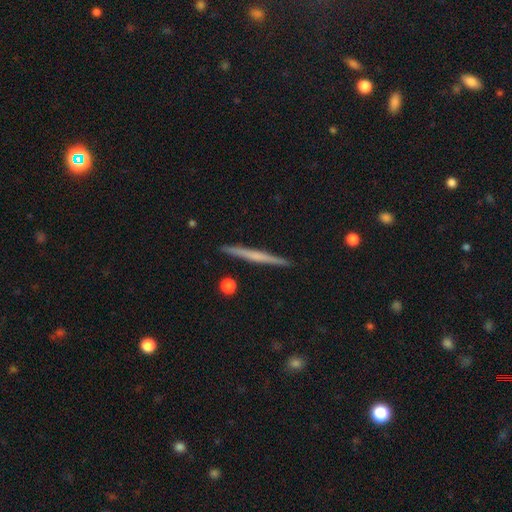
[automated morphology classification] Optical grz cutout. It shows a featured or disk galaxy (54%) viewed edge-on (98%) with no central bulge (70%). Merging: none (92%).